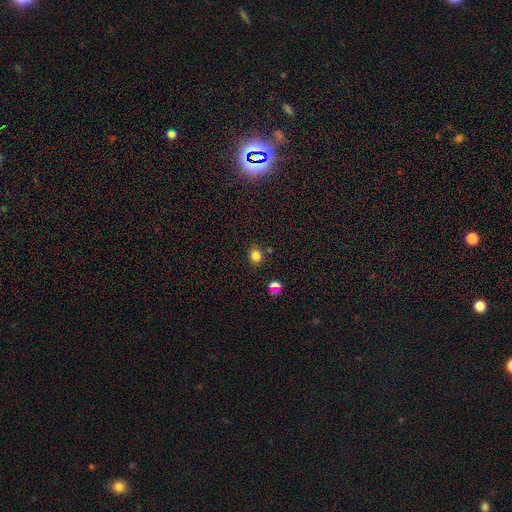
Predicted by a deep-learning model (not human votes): smooth 81%, star or artifact 14%, featured or disk 5%. Down the decision tree: how rounded — round (87%); merging — none (82%).